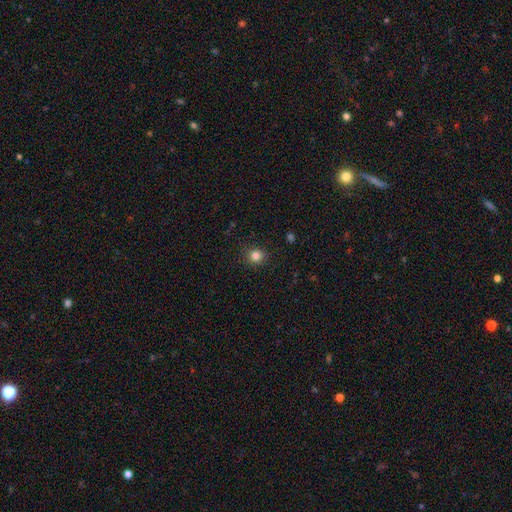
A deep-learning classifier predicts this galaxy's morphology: Smooth or featured? Predicted: smooth (p=0.82). How rounded? Predicted: round (p=0.87). Merging? Predicted: none (p=0.89).